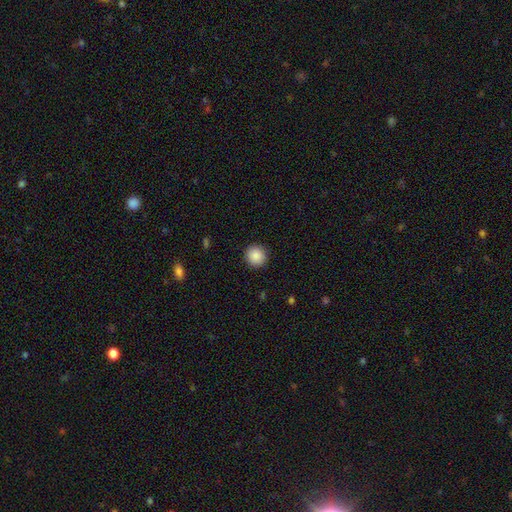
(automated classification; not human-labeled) smooth-or-featured: smooth: 88% | star or artifact: 9% | featured or disk: 4%
  how-rounded: round: 94% | in between: 5% | cigar-shaped: 1%
  merging: none: 92% | minor disturbance: 5% | major disturbance: 2% | merger: 1%